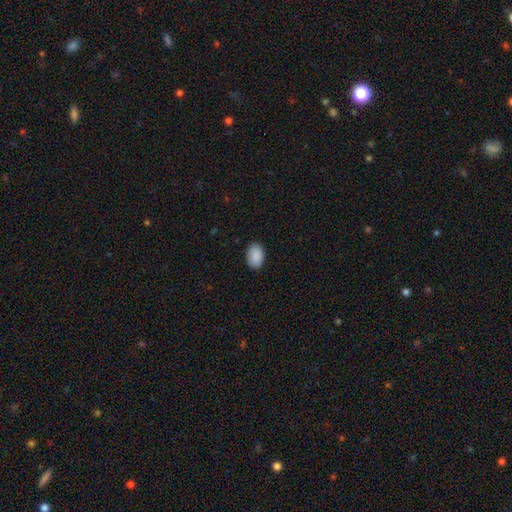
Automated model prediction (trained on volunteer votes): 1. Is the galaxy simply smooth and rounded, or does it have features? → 90% smooth, 7% star or artifact, 4% featured or disk.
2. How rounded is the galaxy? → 88% in between, 11% round, 1% cigar-shaped.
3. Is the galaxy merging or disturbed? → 88% none, 9% minor disturbance, 2% major disturbance, 1% merger.